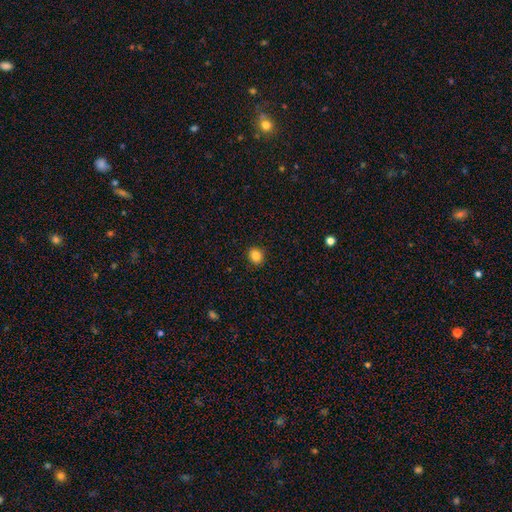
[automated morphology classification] type=smooth (86%); roundness=round (71%); merging=none (91%).